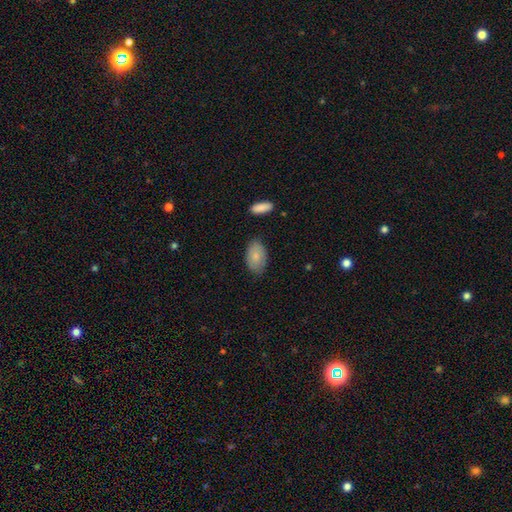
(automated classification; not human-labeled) Smooth or featured?
  - smooth: 76% *
  - featured or disk: 18%
  - star or artifact: 6%
How rounded?
  - in between: 93% *
  - round: 6%
  - cigar-shaped: 1%
Merging?
  - none: 76% *
  - minor disturbance: 19%
  - major disturbance: 3%
  - merger: 2%